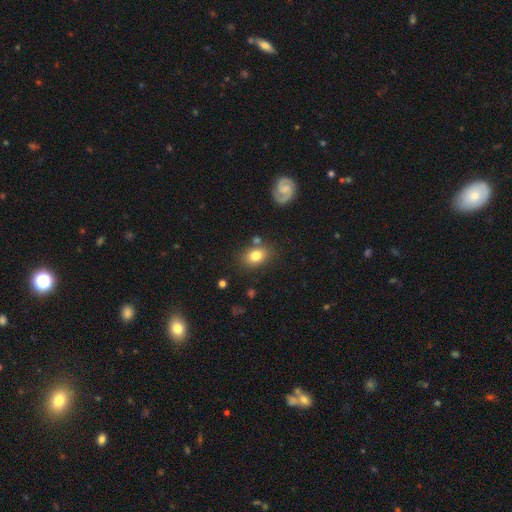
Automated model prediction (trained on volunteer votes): This appears to be a smooth galaxy with no disk features (78%) that is in between round and cigar-shaped (70%). Merging: none (75%).